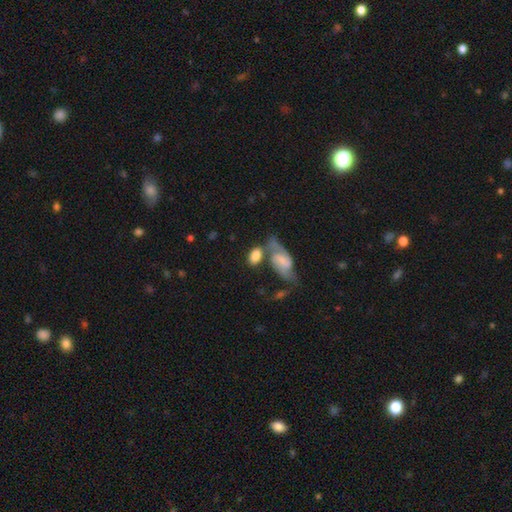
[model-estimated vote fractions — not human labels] This is likely a smooth galaxy (70%). How rounded: clearly in between (87%). Merging: marginally none (45%).